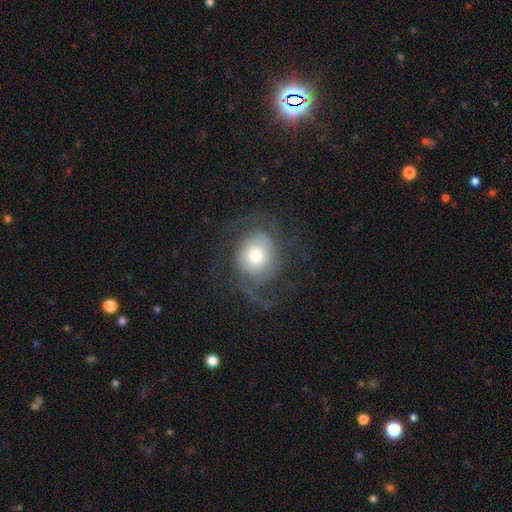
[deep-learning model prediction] This is possibly a featured or disk galaxy (55%). It is clearly not viewed edge-on (96%). Bar: likely no (79%). Spiral arm pattern: likely yes (80%). Central bulge: possibly moderate (51%). Merging: possibly none (58%).